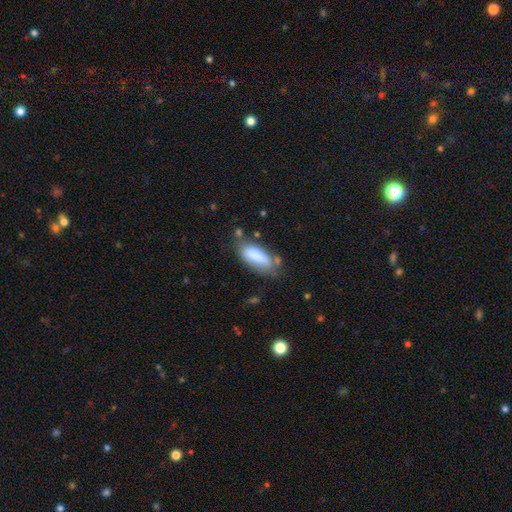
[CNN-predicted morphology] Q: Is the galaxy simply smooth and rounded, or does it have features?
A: smooth — 81%.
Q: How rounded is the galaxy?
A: in between — 78%.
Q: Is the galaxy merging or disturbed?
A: none — 55%.